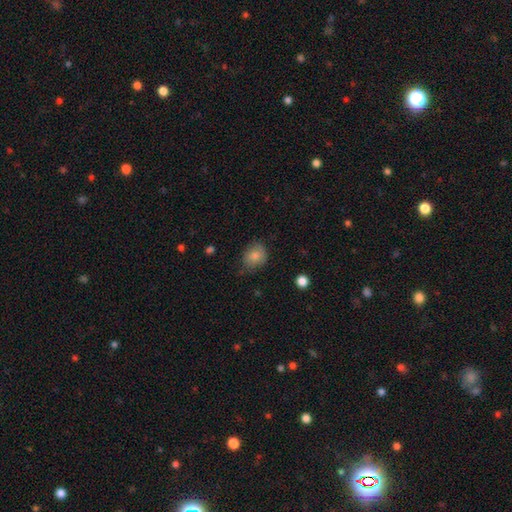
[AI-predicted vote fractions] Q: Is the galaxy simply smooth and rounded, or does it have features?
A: smooth — 81%.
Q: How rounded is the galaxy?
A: round — 61%.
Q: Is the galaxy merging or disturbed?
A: none — 71%.